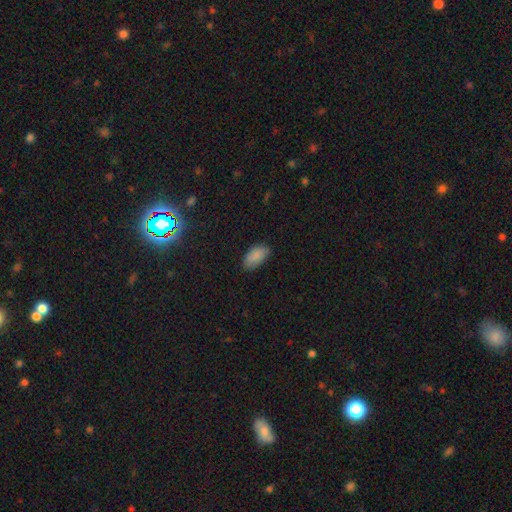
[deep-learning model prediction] Morphology: type=smooth (87%); roundness=in between (94%); merging=none (79%).